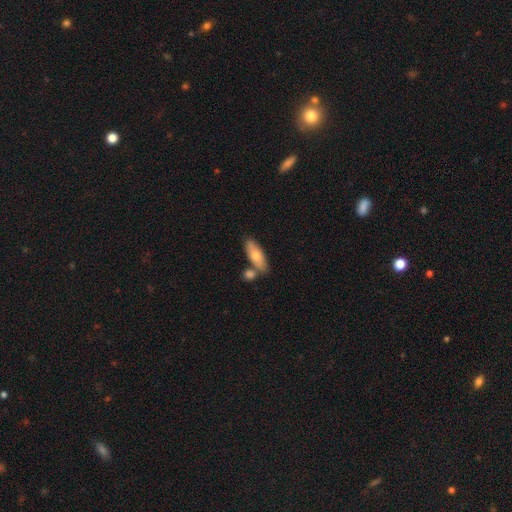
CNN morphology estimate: smooth_or_featured: smooth (p=0.67) [alt: featured or disk p=0.27]
how_rounded: in between (p=0.68) [alt: cigar-shaped p=0.29]
merging: none (p=0.66) [alt: merger p=0.19]